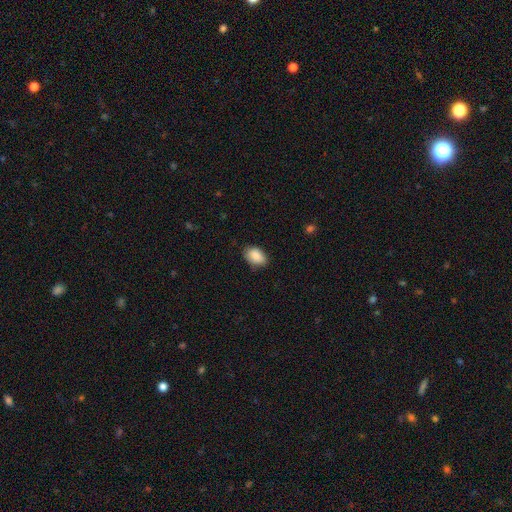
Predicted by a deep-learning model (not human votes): smooth_or_featured: smooth (p=0.87) [alt: star or artifact p=0.07]
how_rounded: in between (p=0.87) [alt: round p=0.12]
merging: none (p=0.80) [alt: minor disturbance p=0.16]